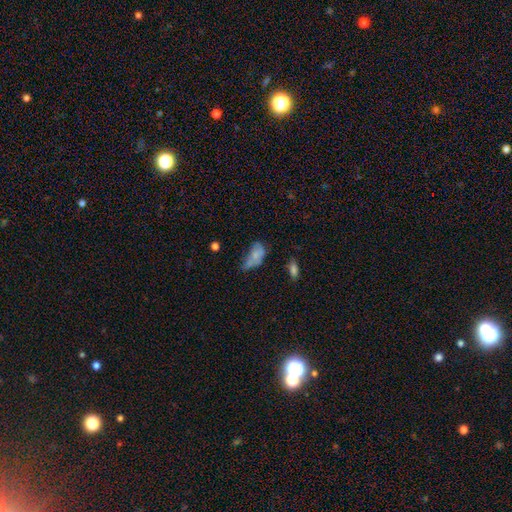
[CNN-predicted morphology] A smooth galaxy with no disk features (68%) that is in between round and cigar-shaped (88%). Merging: minor disturbance (35%).